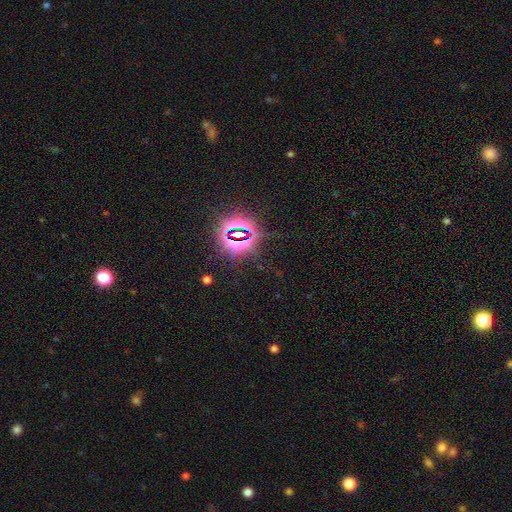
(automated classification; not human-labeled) smooth-or-featured: star or artifact: 82% | smooth: 11% | featured or disk: 7%